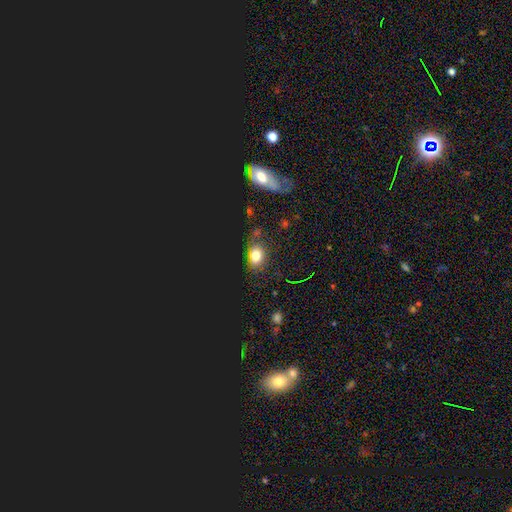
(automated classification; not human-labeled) The model was most divided on "how rounded": in between: 61%, round: 36%, cigar-shaped: 3%. More confident: merging — none (72%); smooth or featured — smooth (64%).